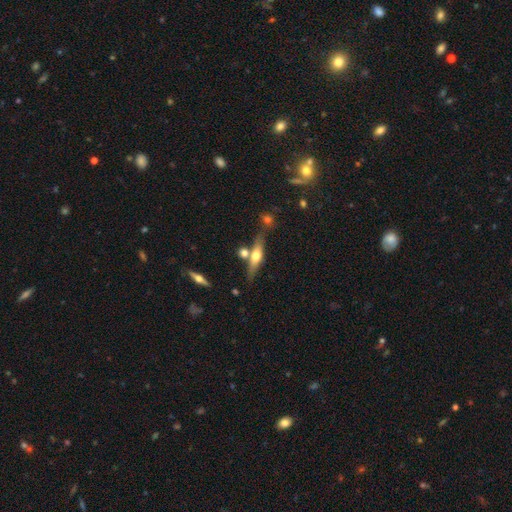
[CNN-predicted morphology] smooth_or_featured: featured or disk (p=0.56) [alt: smooth p=0.36]
disk_edge_on: yes (p=0.92) [alt: no p=0.08]
edge_on_bulge: rounded (p=0.91) [alt: boxy p=0.05]
merging: none (p=0.67) [alt: merger p=0.16]